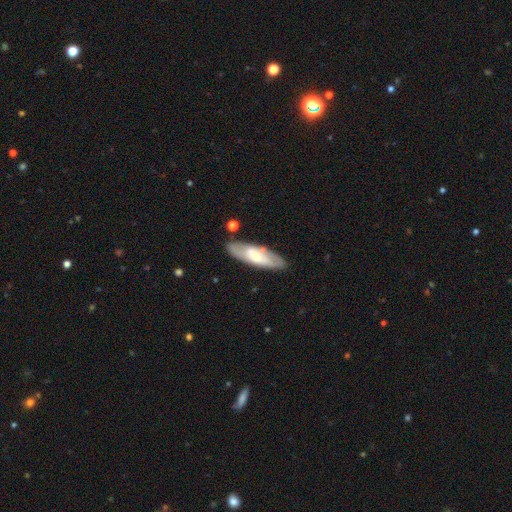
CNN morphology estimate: A smooth galaxy with no disk features (50%).

Vote fractions:
- Smooth or featured? smooth: 50% / featured or disk: 45% / star or artifact: 6%
- Merging? none: 79% / minor disturbance: 14% / major disturbance: 4% / merger: 3%